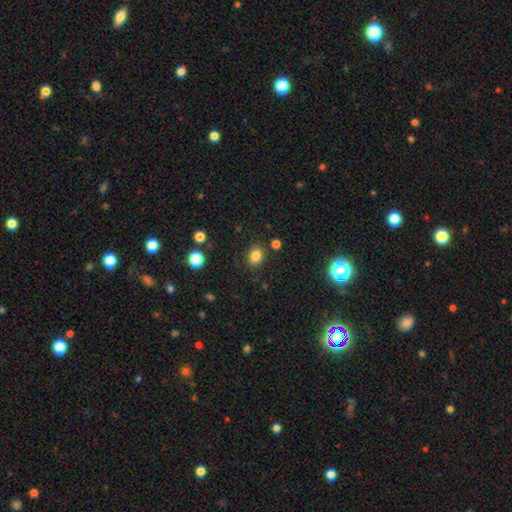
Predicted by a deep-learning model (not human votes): smooth_or_featured: smooth (p=0.82) [alt: star or artifact p=0.12]
how_rounded: in between (p=0.52) [alt: round p=0.47]
merging: none (p=0.84) [alt: minor disturbance p=0.10]